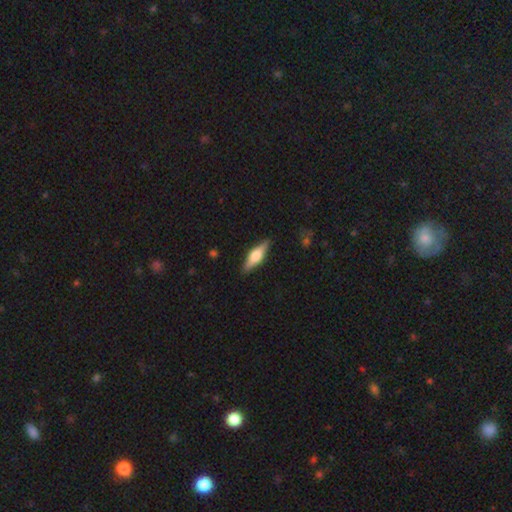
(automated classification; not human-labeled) Smooth or featured? featured or disk (52%)
Edge-on disk? yes (94%)
Merging? none (87%)